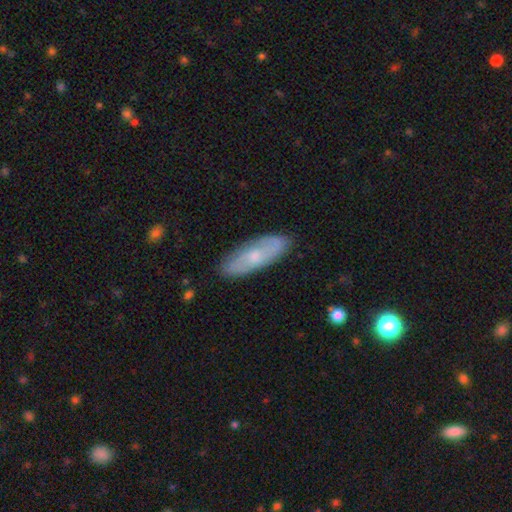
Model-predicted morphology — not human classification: type=smooth (50%); roundness=in between (61%); merging=none (85%).